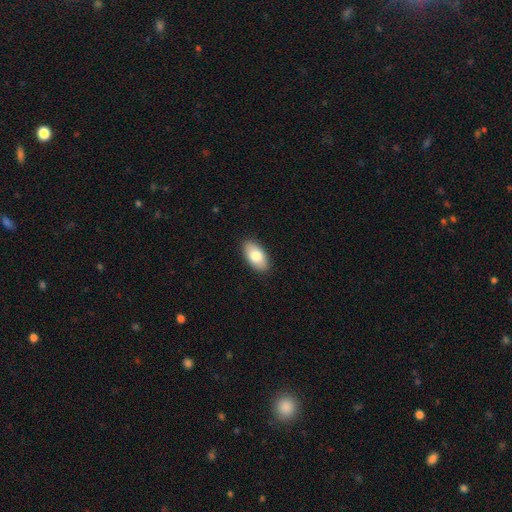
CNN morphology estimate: type=smooth (82%); roundness=in between (95%); merging=none (89%).